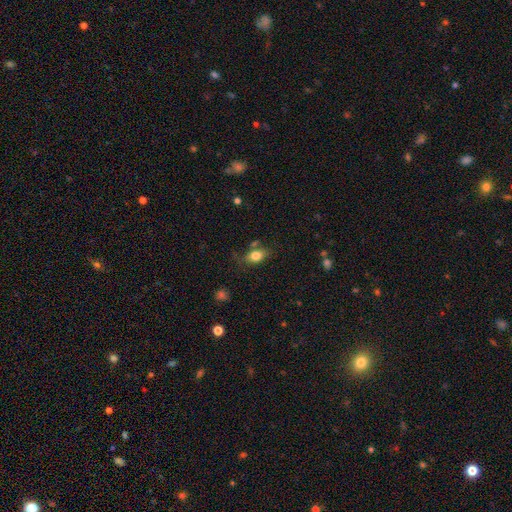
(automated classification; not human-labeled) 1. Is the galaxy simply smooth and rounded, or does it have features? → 79% smooth, 12% featured or disk, 9% star or artifact.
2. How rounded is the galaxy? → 79% in between, 17% round, 4% cigar-shaped.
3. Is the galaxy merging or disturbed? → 63% none, 21% minor disturbance, 9% merger, 7% major disturbance.